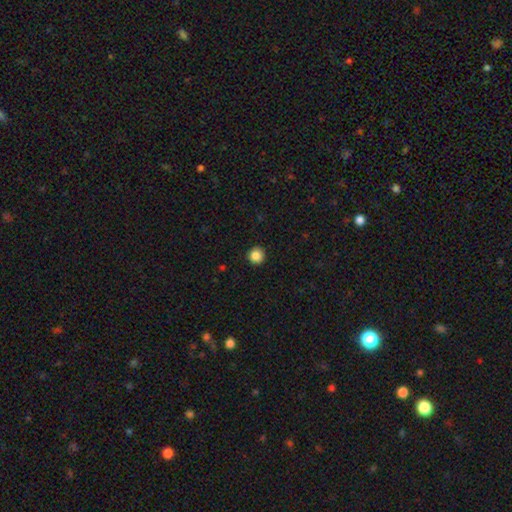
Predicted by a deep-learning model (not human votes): smooth_or_featured: smooth (p=0.86) [alt: star or artifact p=0.10]
how_rounded: round (p=0.95) [alt: in between p=0.04]
merging: none (p=0.93) [alt: minor disturbance p=0.05]